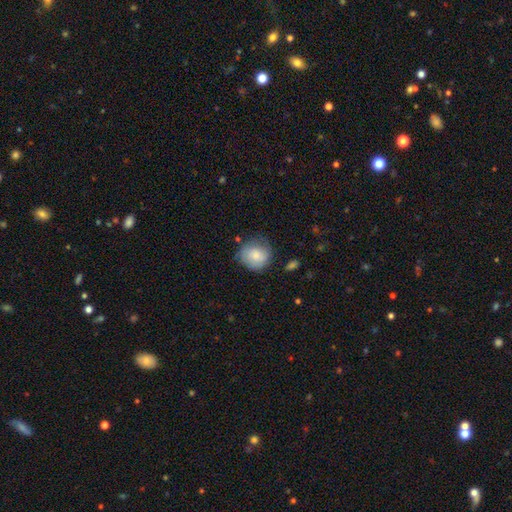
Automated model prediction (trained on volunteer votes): Morphology: type=smooth (79%); roundness=round (85%); merging=none (64%).